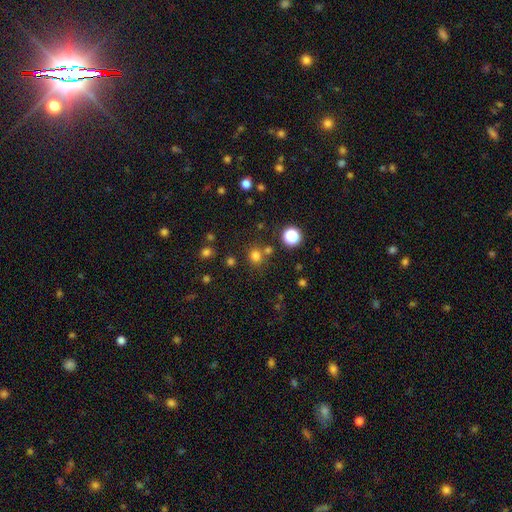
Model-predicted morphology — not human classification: This is likely a smooth galaxy (74%). How rounded: clearly round (88%). Merging: likely none (76%).